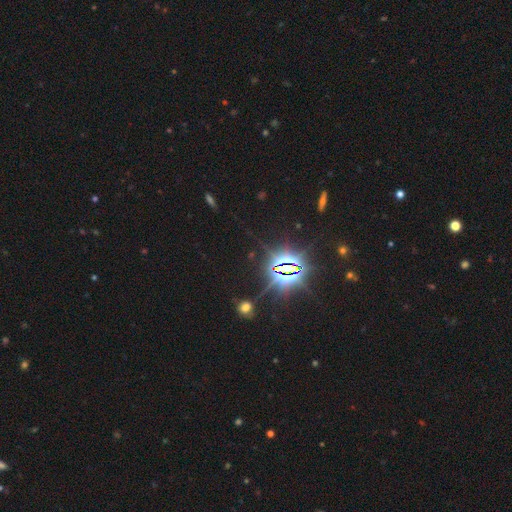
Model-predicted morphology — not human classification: star or artifact 87%, smooth 8%, featured or disk 6%.